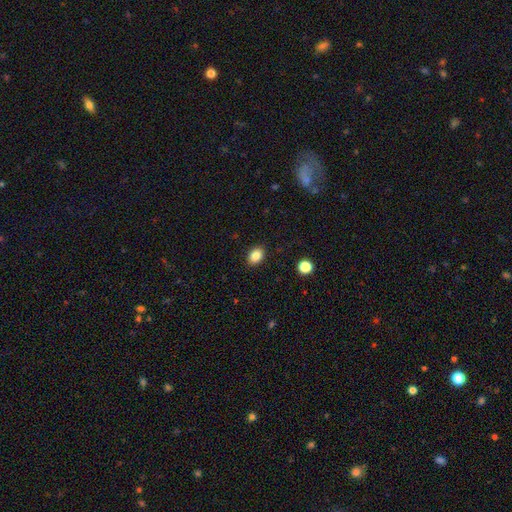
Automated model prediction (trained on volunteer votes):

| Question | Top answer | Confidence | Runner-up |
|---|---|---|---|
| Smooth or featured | smooth | 86% | star or artifact (9%) |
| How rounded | in between | 72% | round (27%) |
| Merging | none | 89% | minor disturbance (8%) |